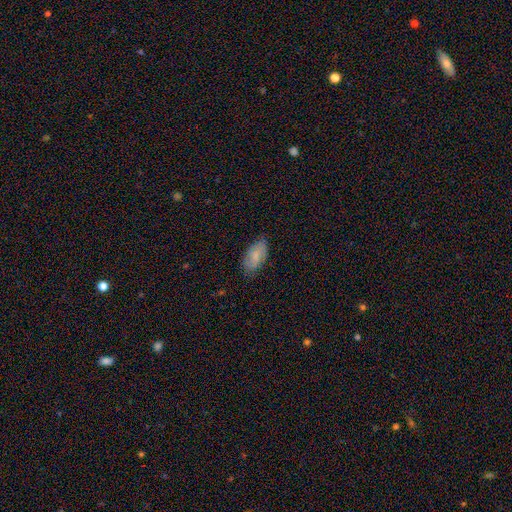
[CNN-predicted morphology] A smooth galaxy with no disk features (76%) that is in between round and cigar-shaped (93%).

Vote fractions:
- Smooth or featured? smooth: 76% / featured or disk: 18% / star or artifact: 7%
- How rounded? in between: 93% / cigar-shaped: 4% / round: 3%
- Merging? none: 75% / minor disturbance: 20% / major disturbance: 4% / merger: 1%